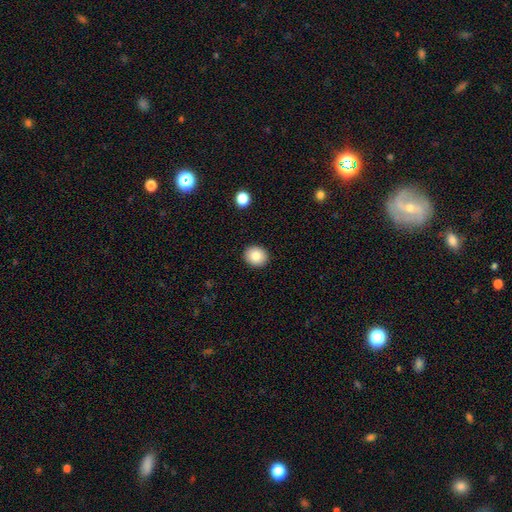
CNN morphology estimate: Smooth or featured? smooth (84%)
How rounded? round (72%)
Merging? none (91%)